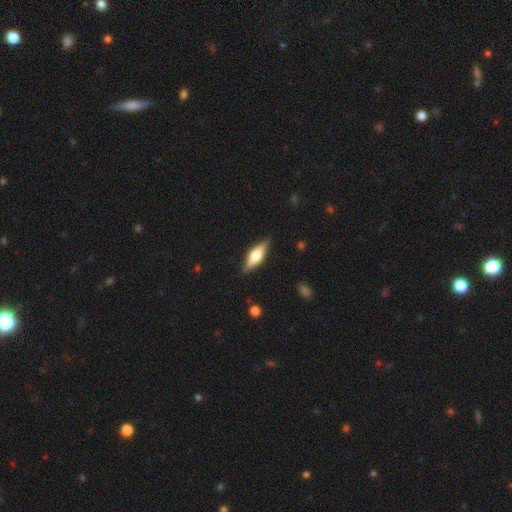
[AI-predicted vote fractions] Smooth or featured?
  - featured or disk: 51% *
  - smooth: 43%
  - star or artifact: 6%
Edge-on disk?
  - yes: 93% *
  - no: 7%
Merging?
  - none: 87% *
  - minor disturbance: 10%
  - major disturbance: 2%
  - merger: 1%